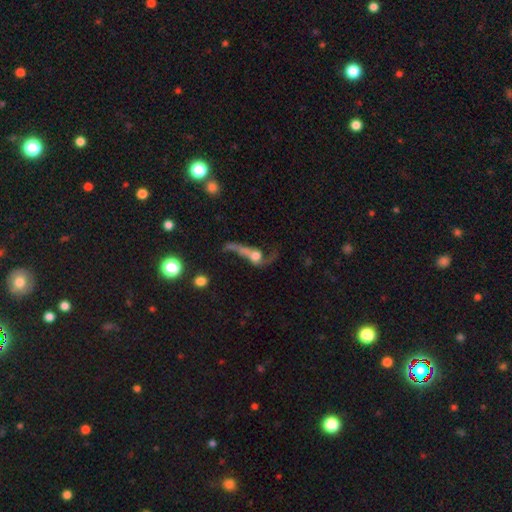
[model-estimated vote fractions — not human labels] The model was most divided on "merging": major disturbance: 39%, merger: 26%, none: 24%, minor disturbance: 12%. Remaining: edge-on disk — no (88%); bar — no (74%); spiral arms — yes (70%); smooth or featured — featured or disk (64%); bulge size — moderate (43%).